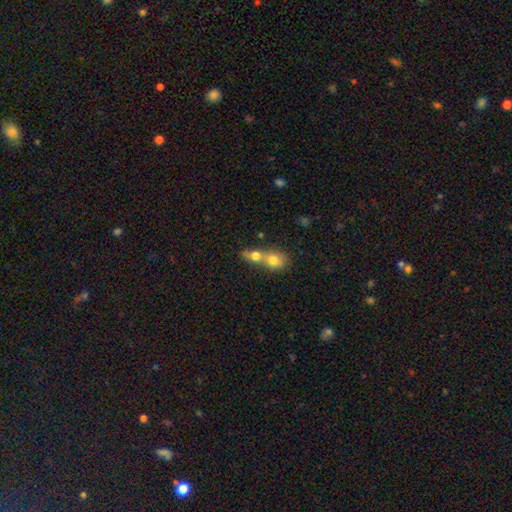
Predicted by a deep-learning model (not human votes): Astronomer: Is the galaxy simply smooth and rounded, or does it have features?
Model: smooth — 73%.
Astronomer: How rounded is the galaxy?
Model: round — 59% (runner-up: in between, 38%).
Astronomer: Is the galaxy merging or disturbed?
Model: merger — 73%.